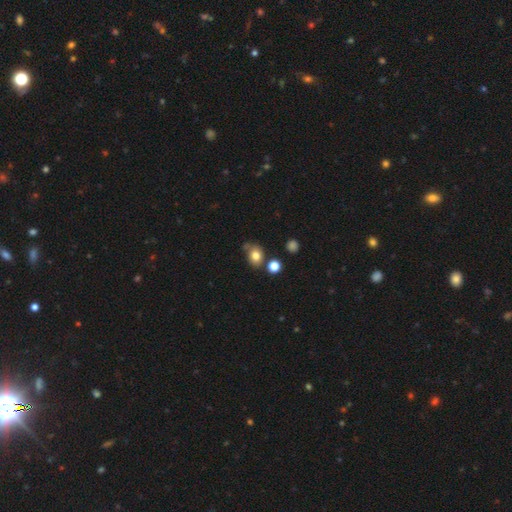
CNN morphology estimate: type=smooth (79%); roundness=round (50%); merging=none (61%).